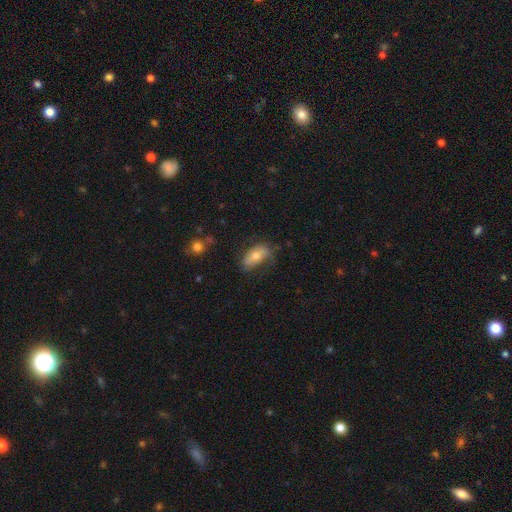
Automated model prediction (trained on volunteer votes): Q: Smooth or featured?
A: smooth (61%); runner-up: featured or disk (31%)
Q: How rounded?
A: in between (87%); runner-up: cigar-shaped (8%)
Q: Merging?
A: none (55%); runner-up: minor disturbance (29%)